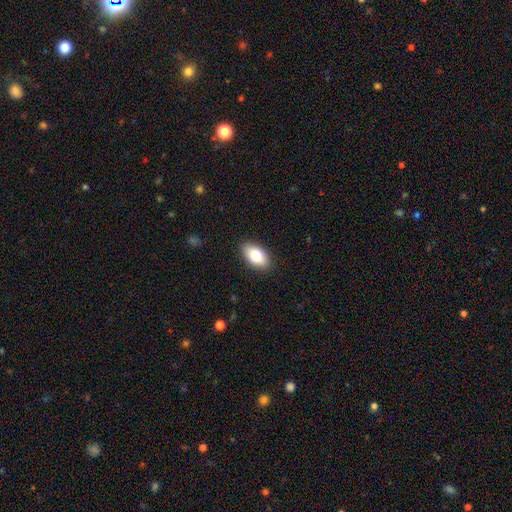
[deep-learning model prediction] Smooth or featured? smooth (80%)
How rounded? in between (93%)
Merging? none (88%)